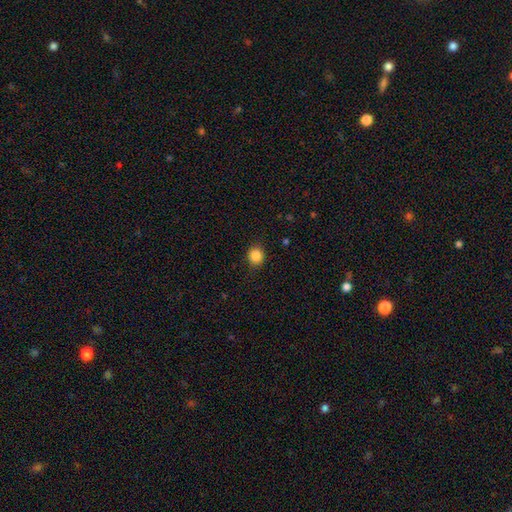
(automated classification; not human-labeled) This appears to be a smooth galaxy with no disk features (86%) that is round (81%). Merging: none (88%).